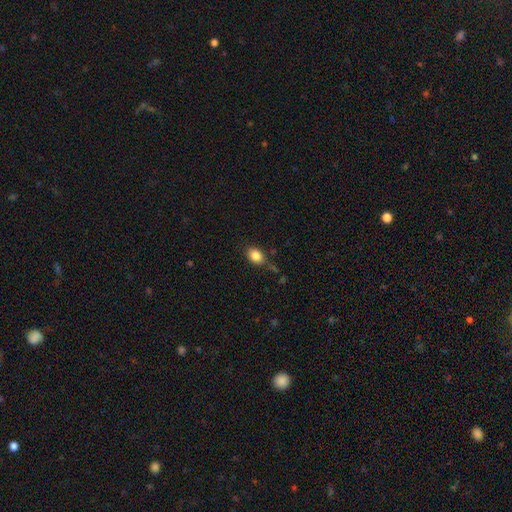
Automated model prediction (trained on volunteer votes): Smooth or featured: smooth — 85% (star or artifact — 9%)
How rounded: in between — 72% (round — 27%)
Merging: none — 73% (minor disturbance — 18%)